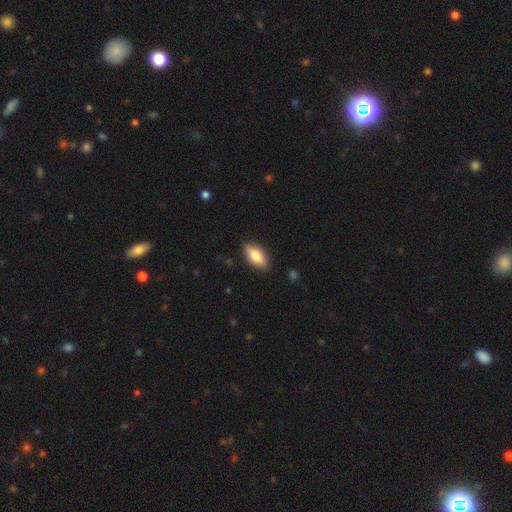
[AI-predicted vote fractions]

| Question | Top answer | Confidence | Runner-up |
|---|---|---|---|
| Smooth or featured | smooth | 76% | featured or disk (18%) |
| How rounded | in between | 87% | cigar-shaped (10%) |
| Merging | none | 87% | minor disturbance (10%) |